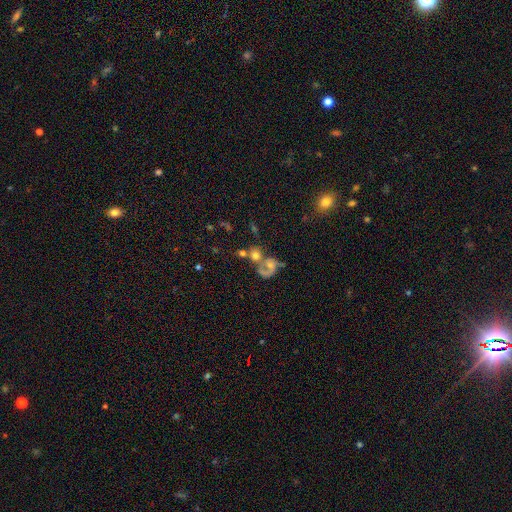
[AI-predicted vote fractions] Smooth or featured? smooth (51%)
How rounded? round (74%)
Merging? merger (46%)